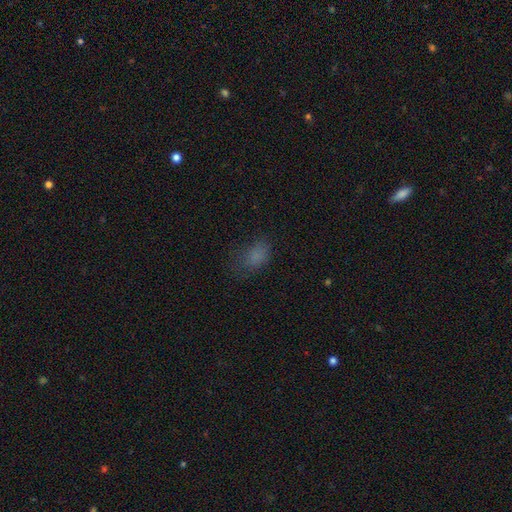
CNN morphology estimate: The model was most divided on "merging": none: 51%, minor disturbance: 27%, major disturbance: 20%, merger: 2%. More confident: how rounded — in between (86%); smooth or featured — smooth (74%).